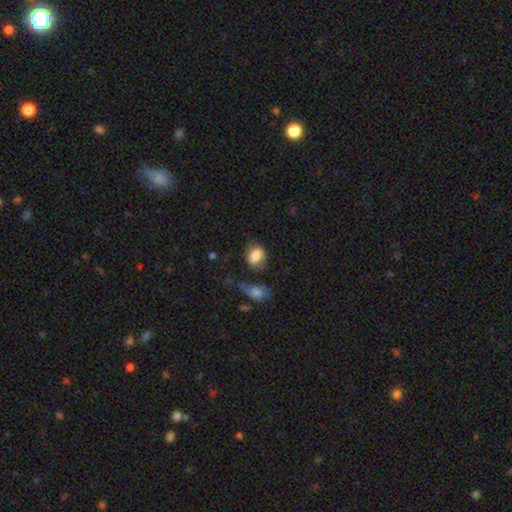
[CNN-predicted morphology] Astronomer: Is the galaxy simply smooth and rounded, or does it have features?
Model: smooth — 76%.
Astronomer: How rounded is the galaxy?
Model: in between — 66%.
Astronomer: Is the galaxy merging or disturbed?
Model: none — 51%.